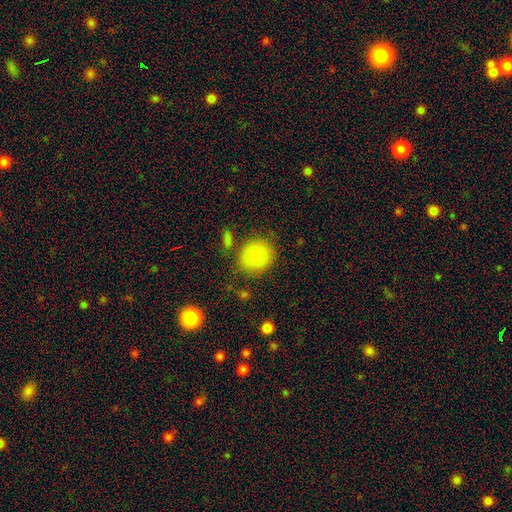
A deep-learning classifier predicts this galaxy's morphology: type=smooth (81%); roundness=round (80%); merging=none (73%).